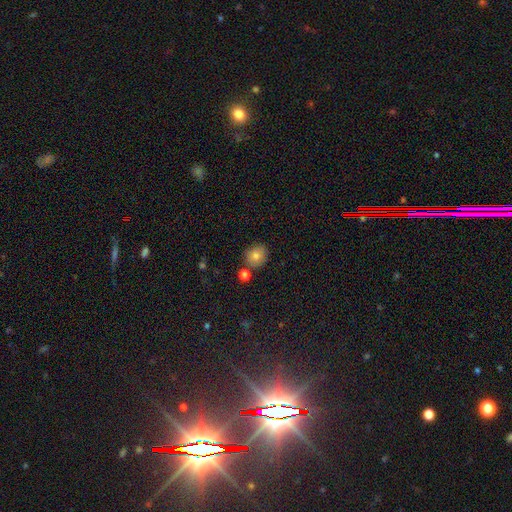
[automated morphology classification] Smooth or featured? smooth (80%)
How rounded? round (75%)
Merging? none (79%)